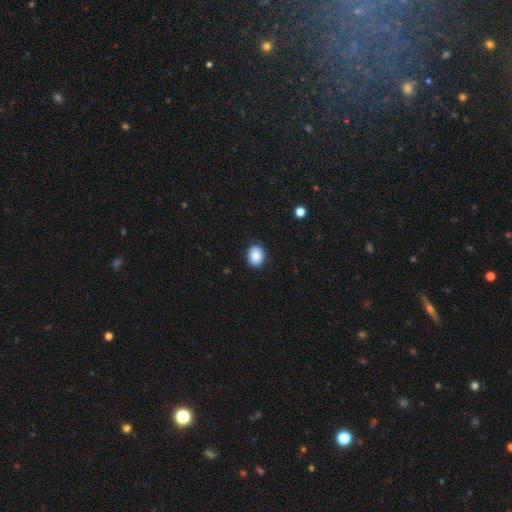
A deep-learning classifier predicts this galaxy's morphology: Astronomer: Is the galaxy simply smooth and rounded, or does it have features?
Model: smooth — 88%.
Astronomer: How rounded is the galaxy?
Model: in between — 56% (runner-up: round, 43%).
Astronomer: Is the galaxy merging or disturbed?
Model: none — 84%.